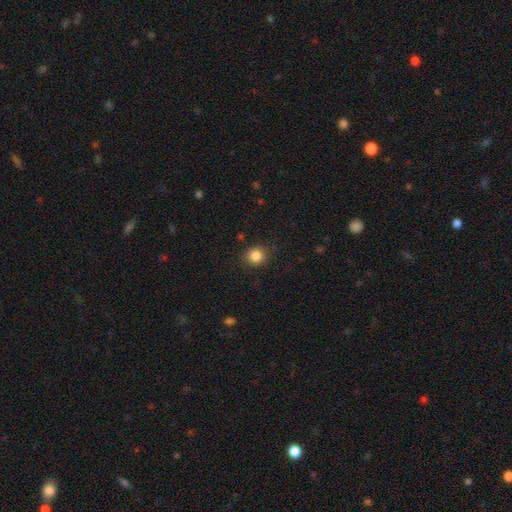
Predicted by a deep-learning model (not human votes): smooth_or_featured: smooth (p=0.85) [alt: star or artifact p=0.11]
how_rounded: round (p=0.84) [alt: in between p=0.15]
merging: none (p=0.87) [alt: minor disturbance p=0.09]